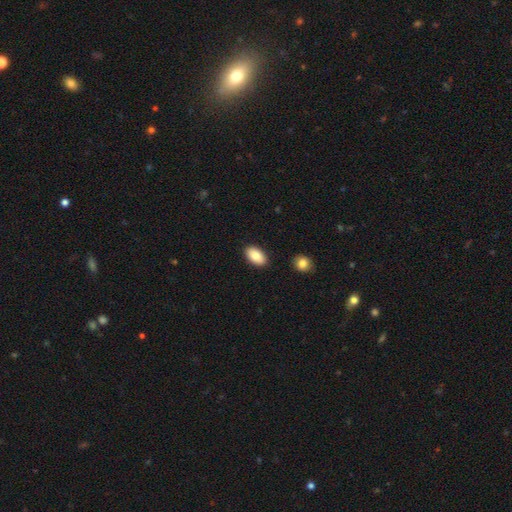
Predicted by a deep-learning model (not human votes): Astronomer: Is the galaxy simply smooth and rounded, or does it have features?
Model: smooth — 84%.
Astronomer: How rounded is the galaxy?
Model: in between — 94%.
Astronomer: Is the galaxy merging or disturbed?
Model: none — 88%.